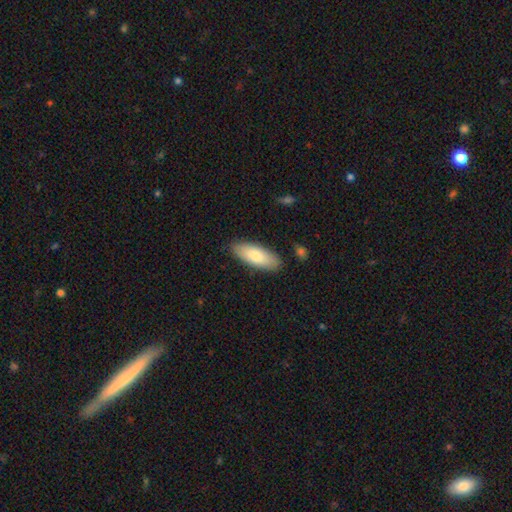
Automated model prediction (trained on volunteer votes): A smooth galaxy with no disk features (80%) that is in between round and cigar-shaped (75%). Merging: none (85%).